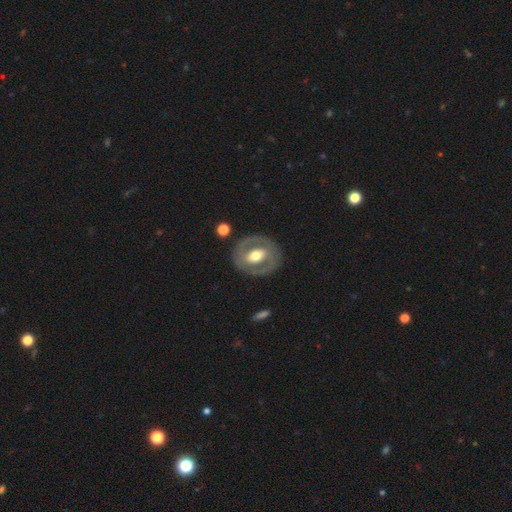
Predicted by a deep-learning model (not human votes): smooth_or_featured: featured or disk (p=0.65) [alt: smooth p=0.30]
disk_edge_on: no (p=0.94) [alt: yes p=0.06]
bar: no (p=0.36) [alt: weak p=0.34]
has_spiral_arms: no (p=0.64) [alt: yes p=0.36]
bulge_size: moderate (p=0.65) [alt: large p=0.23]
merging: none (p=0.82) [alt: minor disturbance p=0.11]